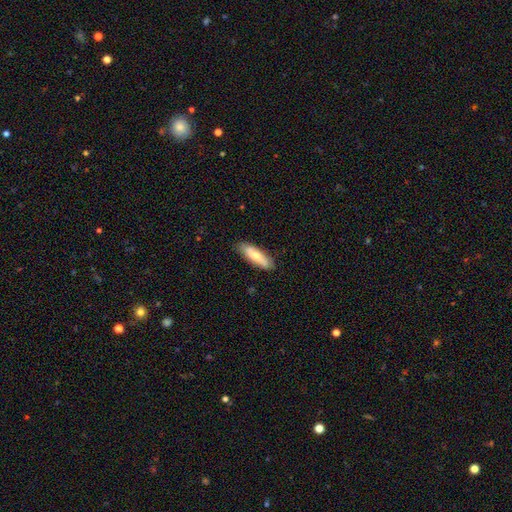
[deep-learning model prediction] This appears to be a smooth galaxy with no disk features (67%) that is cigar-shaped (55%). Merging: none (84%).